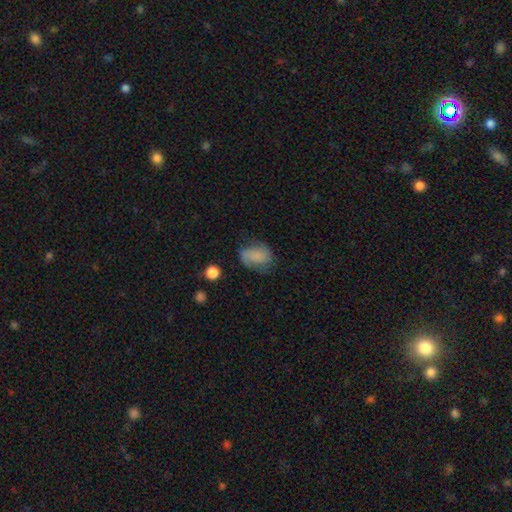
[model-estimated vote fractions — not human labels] Overall: smooth (54%; featured or disk 36%). How rounded: in between (68%; round 31%). Merging: none (60%; minor disturbance 25%).